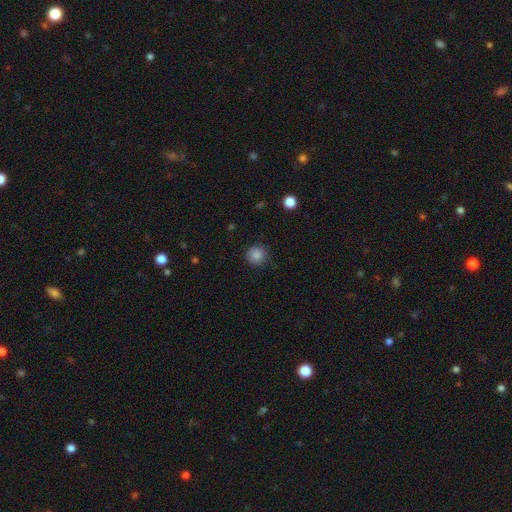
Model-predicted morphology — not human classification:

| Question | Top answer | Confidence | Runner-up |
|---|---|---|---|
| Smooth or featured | smooth | 86% | star or artifact (11%) |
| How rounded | round | 94% | in between (5%) |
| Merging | none | 86% | minor disturbance (11%) |